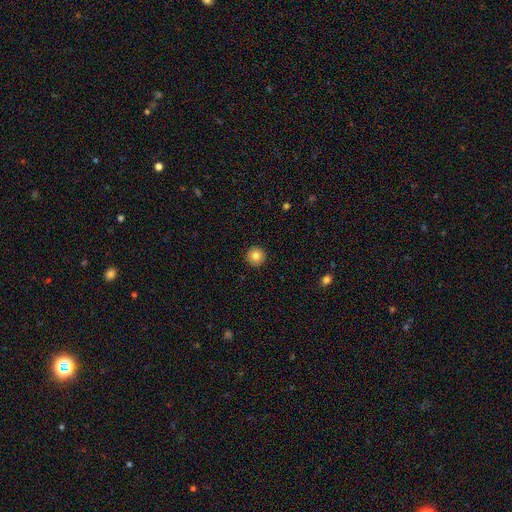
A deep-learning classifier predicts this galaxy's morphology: Smooth or featured: smooth — 84% (star or artifact — 9%)
How rounded: round — 96% (in between — 3%)
Merging: none — 93% (minor disturbance — 5%)